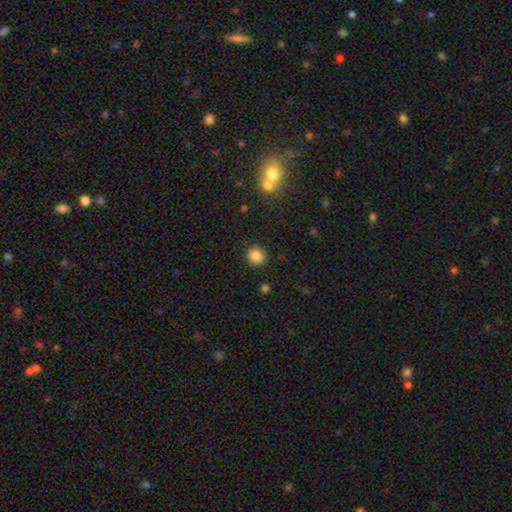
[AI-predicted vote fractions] Smooth or featured? smooth (85%)
How rounded? round (83%)
Merging? none (90%)